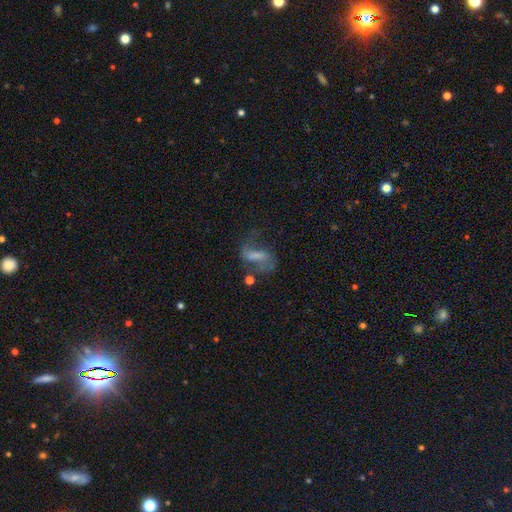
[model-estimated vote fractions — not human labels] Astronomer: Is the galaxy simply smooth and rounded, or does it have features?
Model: featured or disk — 62%.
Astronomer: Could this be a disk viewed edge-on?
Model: no — 91%.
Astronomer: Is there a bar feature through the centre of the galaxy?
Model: strong — 42% (runner-up: weak, 36%).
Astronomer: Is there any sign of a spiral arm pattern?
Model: yes — 77%.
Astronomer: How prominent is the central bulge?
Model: none — 42% (runner-up: small, 29%).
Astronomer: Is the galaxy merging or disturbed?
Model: none — 46% (runner-up: major disturbance, 26%).